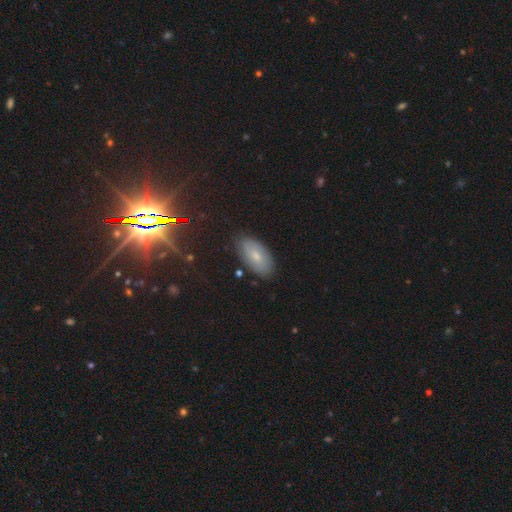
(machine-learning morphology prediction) smooth_or_featured: smooth (p=0.56) [alt: featured or disk p=0.32]
how_rounded: in between (p=0.93) [alt: round p=0.04]
merging: none (p=0.83) [alt: minor disturbance p=0.13]